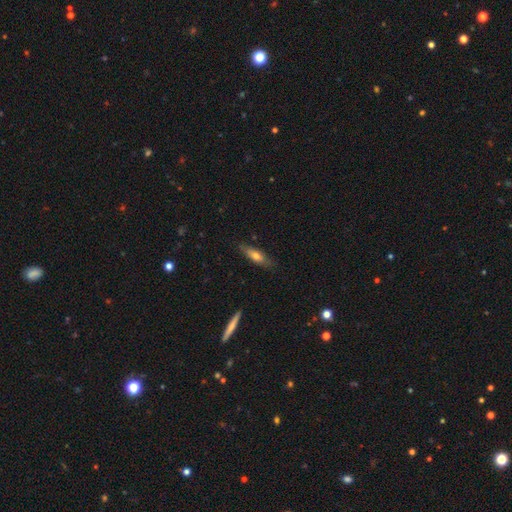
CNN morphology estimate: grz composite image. It shows a smooth galaxy with no disk features (59%) that is cigar-shaped (60%). Merging: none (80%).